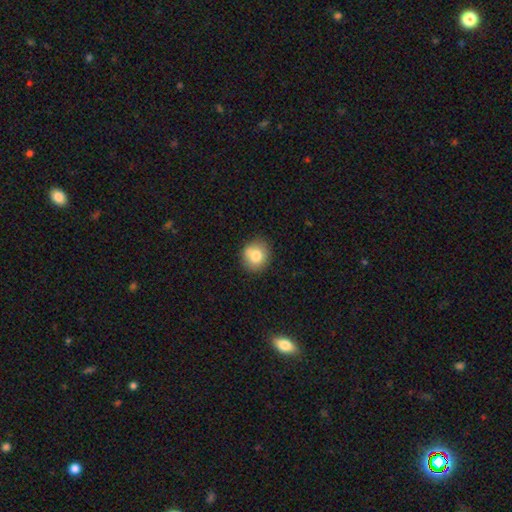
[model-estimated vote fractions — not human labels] Smooth or featured?
  - smooth: 80% *
  - featured or disk: 11%
  - star or artifact: 9%
How rounded?
  - round: 84% *
  - in between: 15%
  - cigar-shaped: 1%
Merging?
  - none: 80% *
  - minor disturbance: 14%
  - merger: 3%
  - major disturbance: 3%